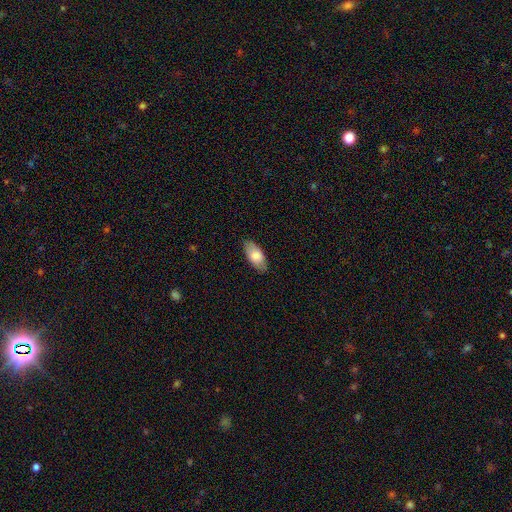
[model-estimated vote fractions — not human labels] Q: Smooth or featured?
A: smooth (80%); runner-up: featured or disk (14%)
Q: How rounded?
A: in between (90%); runner-up: cigar-shaped (8%)
Q: Merging?
A: none (85%); runner-up: minor disturbance (12%)